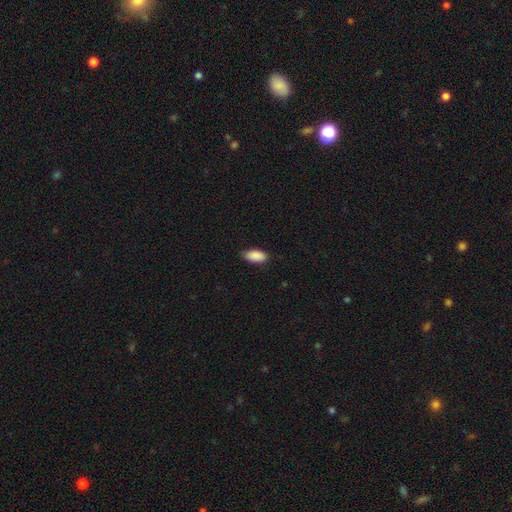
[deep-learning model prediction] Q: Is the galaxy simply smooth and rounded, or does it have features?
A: smooth — 90%.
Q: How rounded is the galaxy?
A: in between — 92%.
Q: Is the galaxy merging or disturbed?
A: none — 83%.